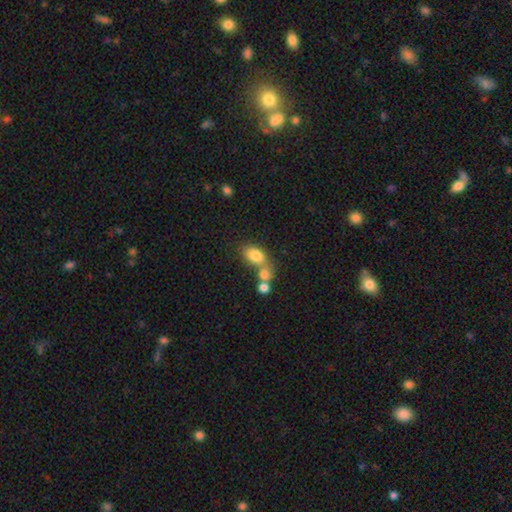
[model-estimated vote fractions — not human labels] Overall: smooth (80%). How rounded: in between (78%). Merging: merger (45%; none 37%).